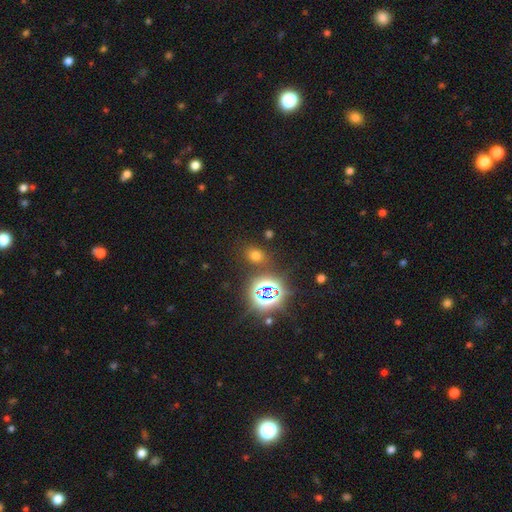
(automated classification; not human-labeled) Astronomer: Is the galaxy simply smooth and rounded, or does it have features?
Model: smooth — 58% (runner-up: star or artifact, 35%).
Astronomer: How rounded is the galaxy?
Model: in between — 51% (runner-up: round, 47%).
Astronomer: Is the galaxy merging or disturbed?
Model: none — 82%.